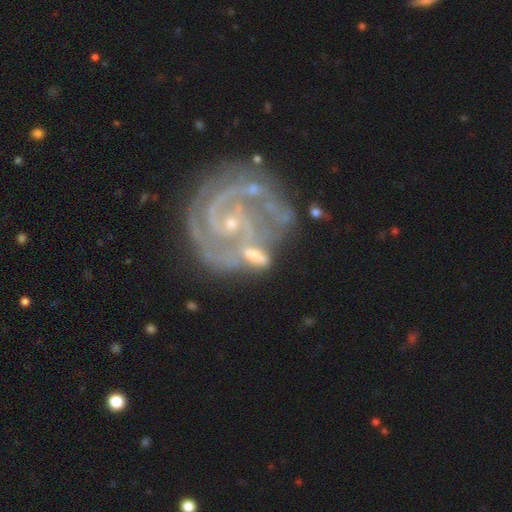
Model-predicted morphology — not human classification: This appears to be a featured or disk galaxy (67%) with no bar (59%), 2 (46%) tight (64%) spiral arms (88%) and a small central bulge (52%). Merging: merger (38%).